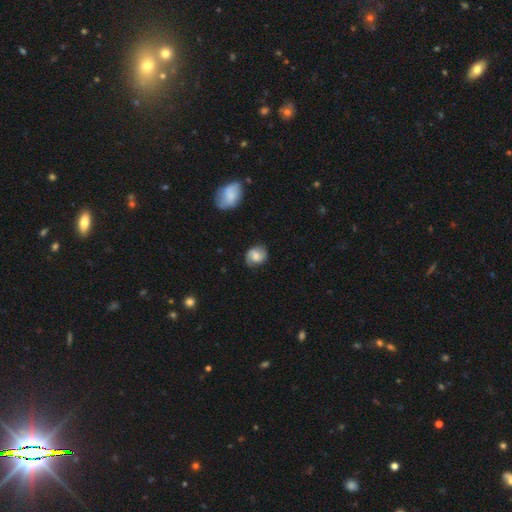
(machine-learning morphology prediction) Smooth or featured? Predicted: smooth (p=0.47). Merging? Predicted: none (p=0.75).